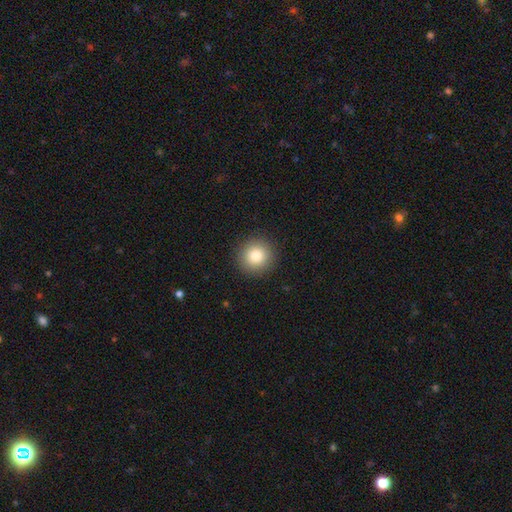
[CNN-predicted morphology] Overall: smooth (83%). How rounded: round (94%). Merging: none (92%).